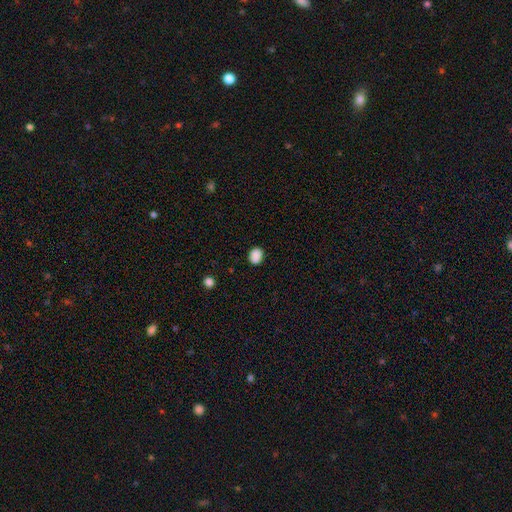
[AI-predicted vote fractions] smooth-or-featured: smooth: 88% | star or artifact: 9% | featured or disk: 3%
  how-rounded: in between: 56% | round: 43% | cigar-shaped: 1%
  merging: none: 85% | minor disturbance: 11% | major disturbance: 3% | merger: 1%